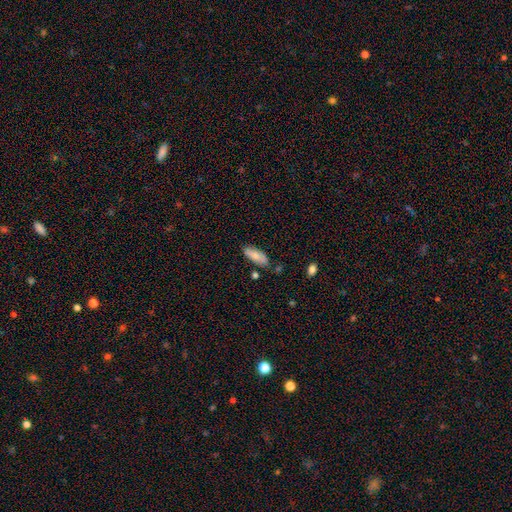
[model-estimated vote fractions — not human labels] The model was most divided on "how rounded": in between: 75%, cigar-shaped: 23%, round: 2%. More confident: merging — none (75%); smooth or featured — smooth (75%).